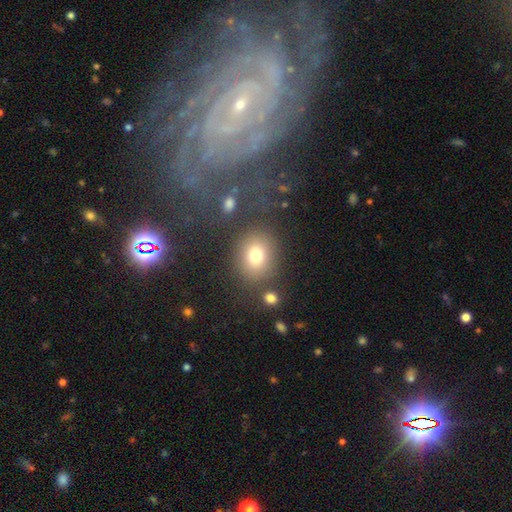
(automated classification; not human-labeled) A smooth galaxy with no disk features (76%) that is round (61%).

Vote fractions:
- Smooth or featured? smooth: 76% / star or artifact: 13% / featured or disk: 11%
- How rounded? round: 61% / in between: 38% / cigar-shaped: 1%
- Merging? none: 75% / minor disturbance: 11% / merger: 7% / major disturbance: 6%